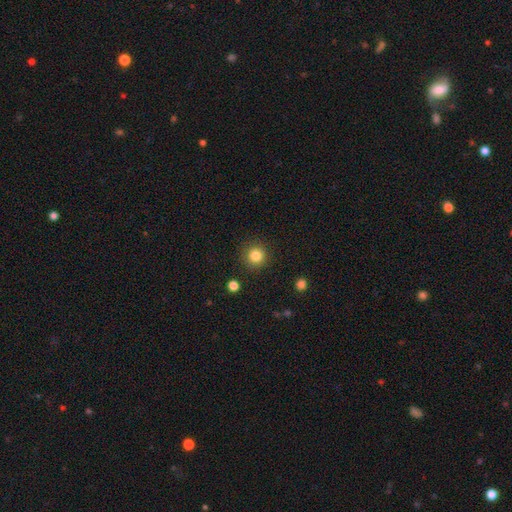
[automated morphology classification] A smooth galaxy with no disk features (83%) that is round (94%).

Vote fractions:
- Smooth or featured? smooth: 83% / star or artifact: 11% / featured or disk: 5%
- How rounded? round: 94% / in between: 5% / cigar-shaped: 1%
- Merging? none: 90% / minor disturbance: 6% / major disturbance: 2% / merger: 2%